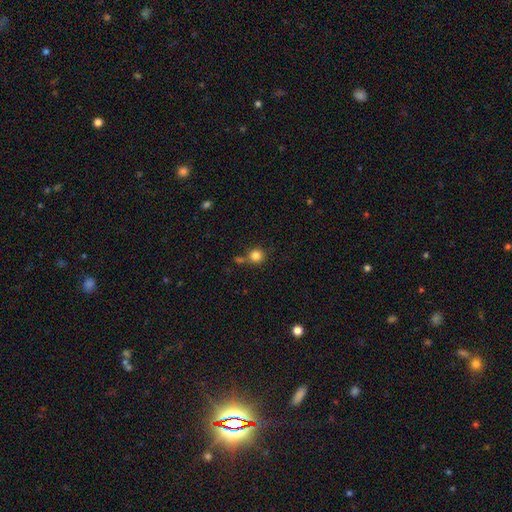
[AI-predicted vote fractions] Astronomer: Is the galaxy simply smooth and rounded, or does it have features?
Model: smooth — 83%.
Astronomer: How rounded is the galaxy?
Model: round — 92%.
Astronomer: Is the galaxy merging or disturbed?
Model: none — 69%.